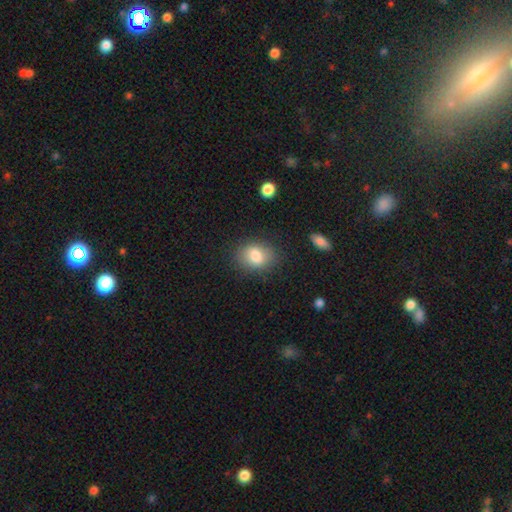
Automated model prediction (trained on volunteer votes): Smooth or featured?
  - smooth: 81% *
  - featured or disk: 11%
  - star or artifact: 9%
How rounded?
  - in between: 63% *
  - round: 36%
  - cigar-shaped: 1%
Merging?
  - none: 78% *
  - minor disturbance: 15%
  - major disturbance: 5%
  - merger: 2%